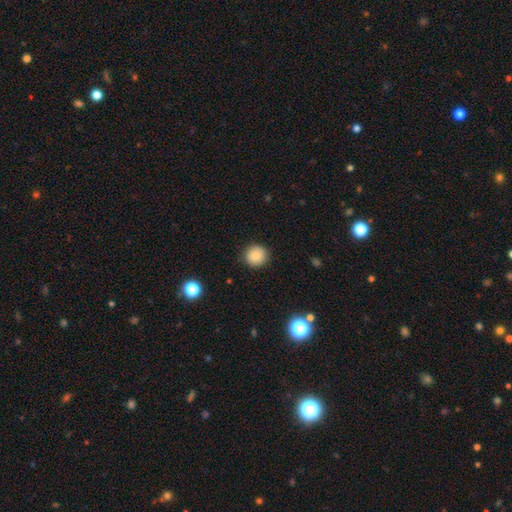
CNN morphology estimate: type=smooth (85%); roundness=round (94%); merging=none (90%).